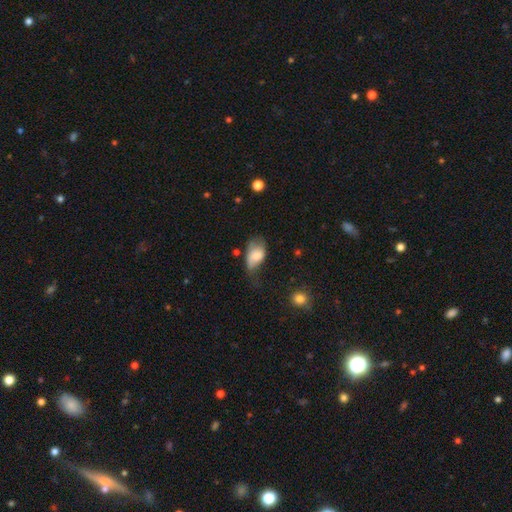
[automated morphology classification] This appears to be a smooth galaxy with no disk features (72%) that is in between round and cigar-shaped (90%). Merging: minor disturbance (39%).